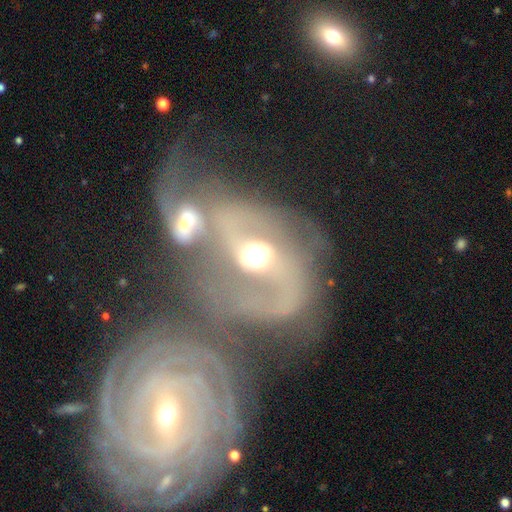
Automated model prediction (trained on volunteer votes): Smooth or featured? featured or disk (78%)
Edge-on disk? no (96%)
Bar? weak (38%)
Spiral arms? yes (82%)
Spiral winding? medium (42%)
Spiral arm count? 2 (74%)
Bulge size? moderate (64%)
Merging? merger (68%)